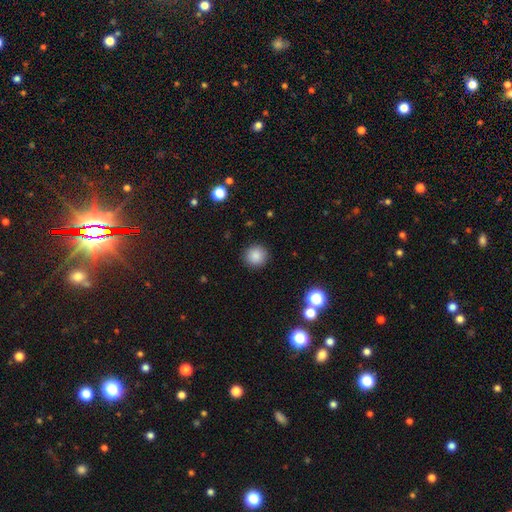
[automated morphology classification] Smooth or featured? Predicted: smooth (p=0.86). How rounded? Predicted: round (p=0.94). Merging? Predicted: none (p=0.91).